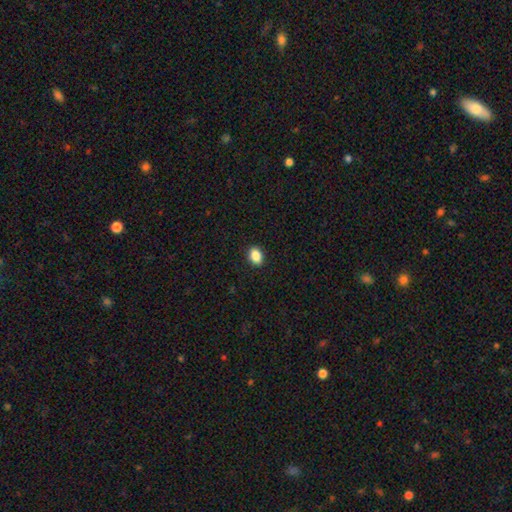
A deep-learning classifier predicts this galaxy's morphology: Smooth or featured?
  - smooth: 88% *
  - star or artifact: 9%
  - featured or disk: 4%
How rounded?
  - in between: 76% *
  - round: 22%
  - cigar-shaped: 1%
Merging?
  - none: 91% *
  - minor disturbance: 6%
  - major disturbance: 2%
  - merger: 1%